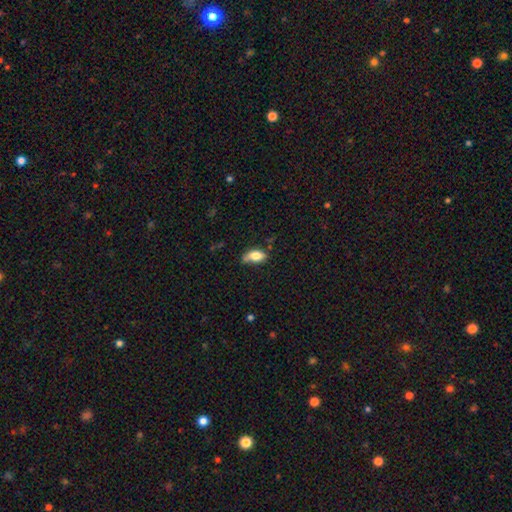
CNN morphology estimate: Q: Smooth or featured?
A: smooth (77%); runner-up: featured or disk (15%)
Q: How rounded?
A: in between (88%); runner-up: round (7%)
Q: Merging?
A: none (47%); runner-up: minor disturbance (35%)